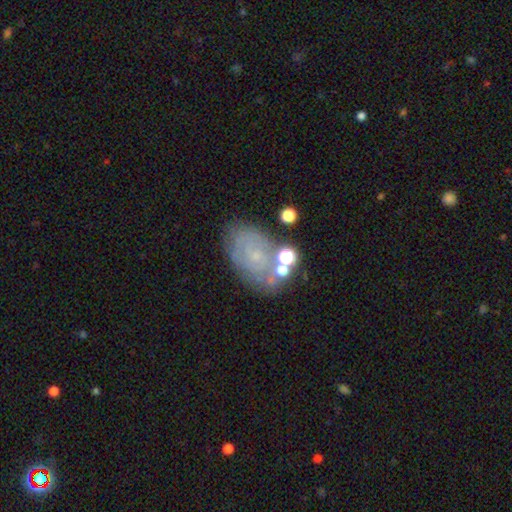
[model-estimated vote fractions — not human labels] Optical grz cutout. It shows a featured or disk galaxy (53%). Merging: none (62%).